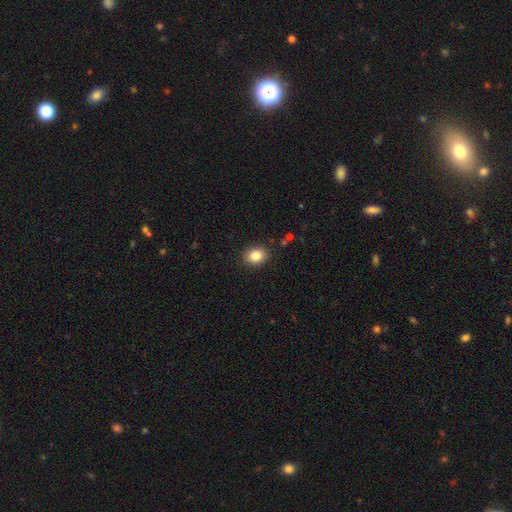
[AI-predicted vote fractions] Q: Smooth or featured?
A: smooth (84%); runner-up: star or artifact (9%)
Q: How rounded?
A: in between (52%); runner-up: round (47%)
Q: Merging?
A: none (89%); runner-up: minor disturbance (7%)